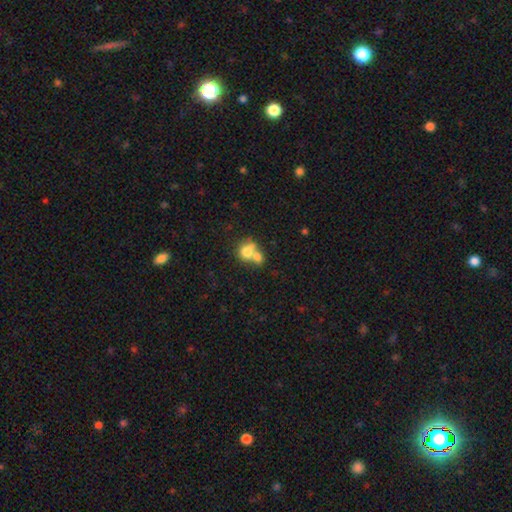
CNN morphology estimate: Smooth or featured?
  - smooth: 69% *
  - featured or disk: 20%
  - star or artifact: 11%
How rounded?
  - round: 68% *
  - in between: 31%
  - cigar-shaped: 1%
Merging?
  - merger: 62% *
  - none: 27%
  - minor disturbance: 7%
  - major disturbance: 4%